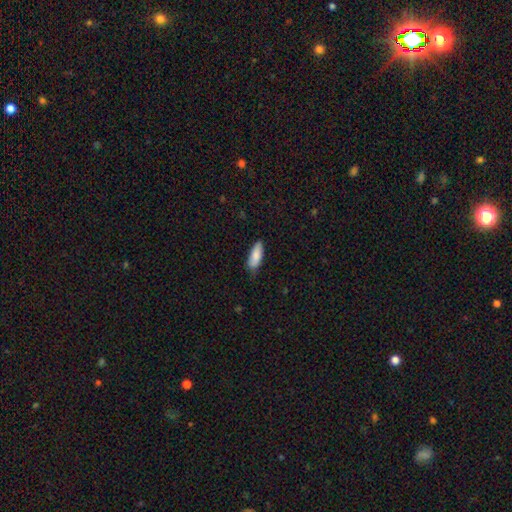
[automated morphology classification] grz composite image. It shows a smooth galaxy with no disk features (85%) that is in between round and cigar-shaped (73%). Merging: none (72%).